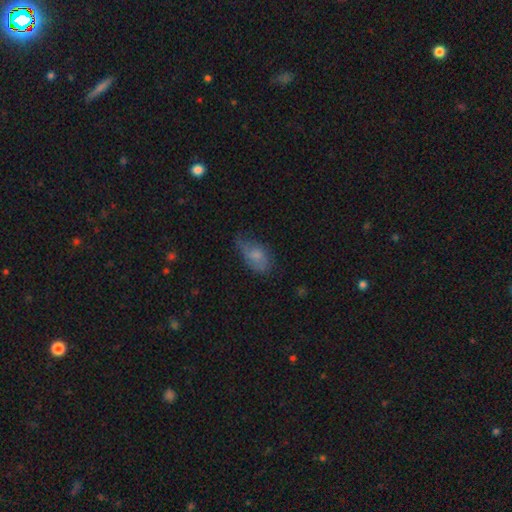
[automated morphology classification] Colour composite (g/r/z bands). It shows a smooth galaxy with no disk features (67%) that is in between round and cigar-shaped (90%). Merging: none (38%, tied with minor disturbance).